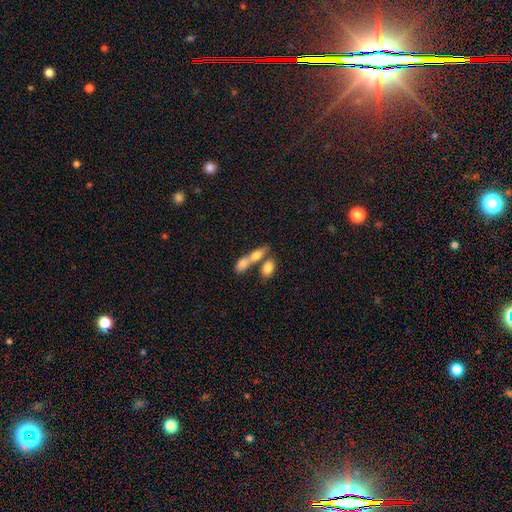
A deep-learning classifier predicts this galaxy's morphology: smooth_or_featured: smooth (p=0.73) [alt: featured or disk p=0.19]
how_rounded: in between (p=0.73) [alt: cigar-shaped p=0.19]
merging: merger (p=0.58) [alt: none p=0.30]